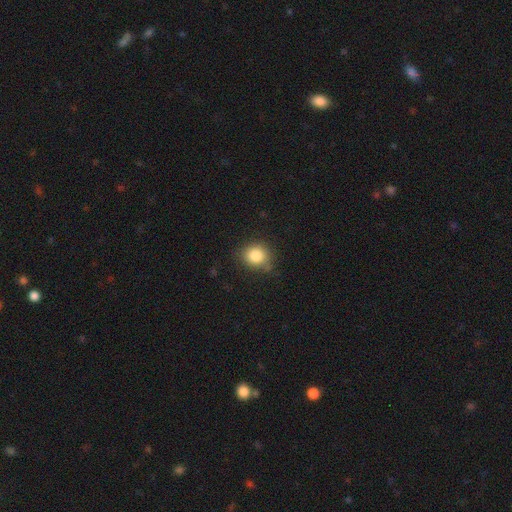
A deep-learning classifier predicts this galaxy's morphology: Smooth or featured: smooth — 84% (star or artifact — 10%)
How rounded: round — 71% (in between — 28%)
Merging: none — 74% (minor disturbance — 19%)